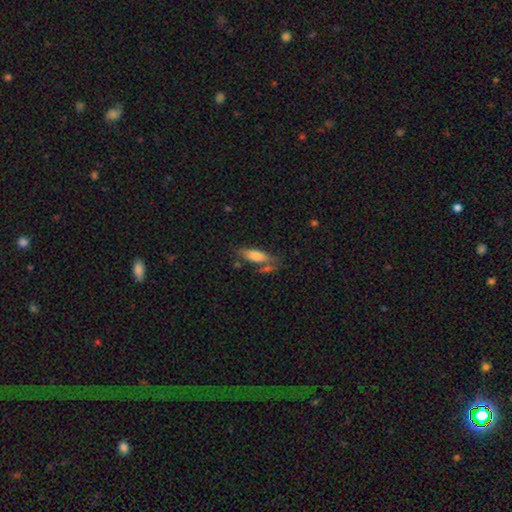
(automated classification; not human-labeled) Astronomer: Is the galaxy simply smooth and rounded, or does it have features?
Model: smooth — 76%.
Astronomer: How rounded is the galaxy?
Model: in between — 59% (runner-up: cigar-shaped, 39%).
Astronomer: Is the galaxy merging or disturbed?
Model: none — 57%.